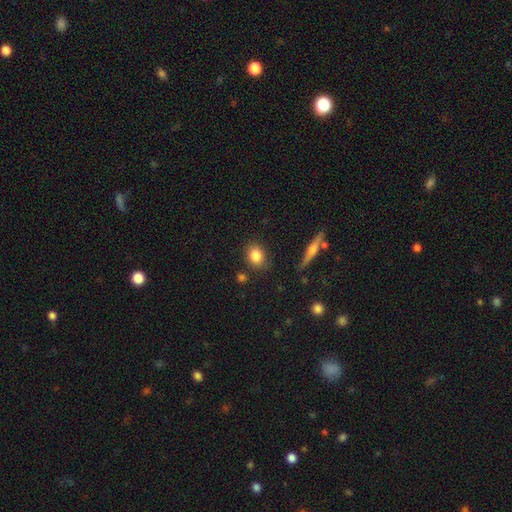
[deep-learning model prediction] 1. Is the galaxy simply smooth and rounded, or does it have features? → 83% smooth, 9% featured or disk, 9% star or artifact.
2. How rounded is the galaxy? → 52% round, 46% in between, 3% cigar-shaped.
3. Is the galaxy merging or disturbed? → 83% none, 11% minor disturbance, 4% merger, 3% major disturbance.